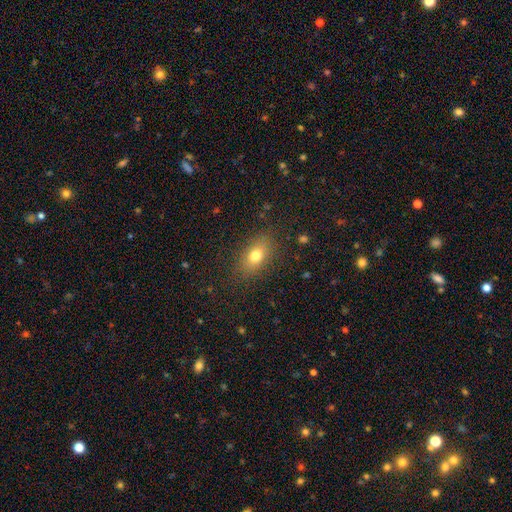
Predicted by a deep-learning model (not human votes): This is likely a smooth galaxy (76%). How rounded: clearly in between (80%). Merging: clearly none (84%).